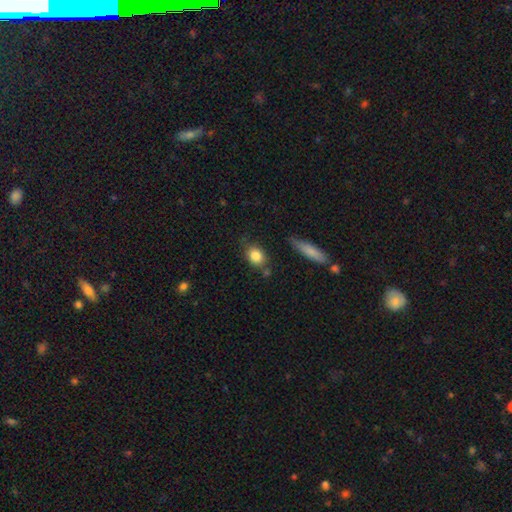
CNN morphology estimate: Overall: smooth (83%). How rounded: in between (52%; round 44%). Merging: none (71%).